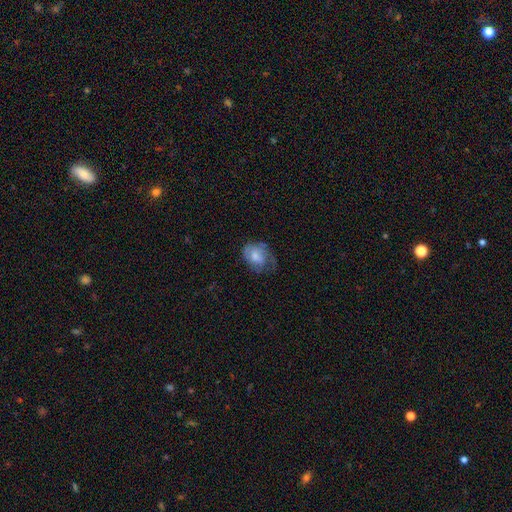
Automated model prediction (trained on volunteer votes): Smooth or featured?
  - smooth: 55% *
  - featured or disk: 37%
  - star or artifact: 8%
How rounded?
  - in between: 64% *
  - round: 35%
  - cigar-shaped: 1%
Merging?
  - none: 41% *
  - minor disturbance: 31%
  - major disturbance: 26%
  - merger: 2%